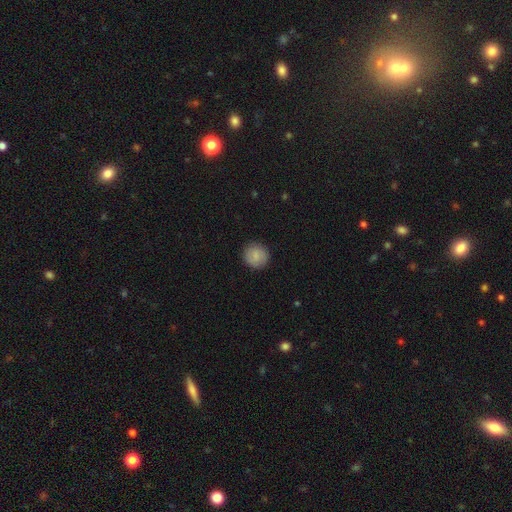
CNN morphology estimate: The model was most divided on "smooth or featured": smooth: 85%, featured or disk: 7%, star or artifact: 7%. More confident: how rounded — round (93%); merging — none (91%).